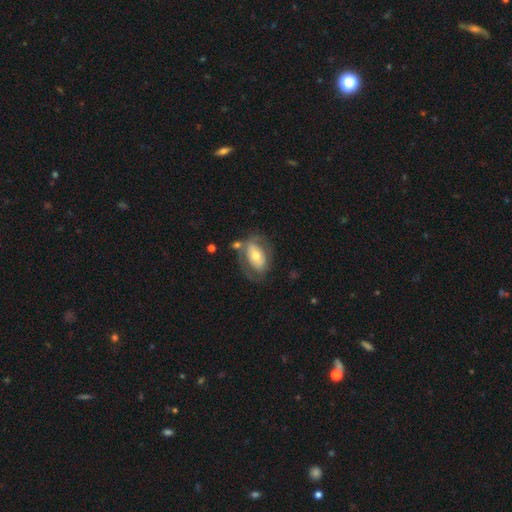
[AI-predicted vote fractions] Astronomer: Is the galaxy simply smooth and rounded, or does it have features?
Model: featured or disk — 53% (runner-up: smooth, 40%).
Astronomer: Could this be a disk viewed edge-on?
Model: no — 91%.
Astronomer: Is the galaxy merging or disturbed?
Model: none — 56%.